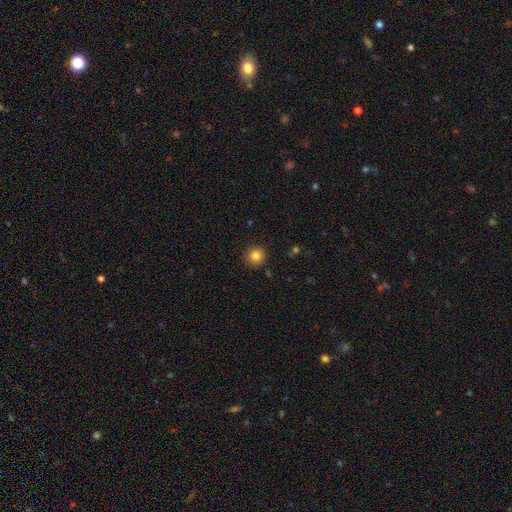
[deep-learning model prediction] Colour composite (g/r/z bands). It shows a smooth galaxy with no disk features (84%) that is round (94%). Merging: none (91%).